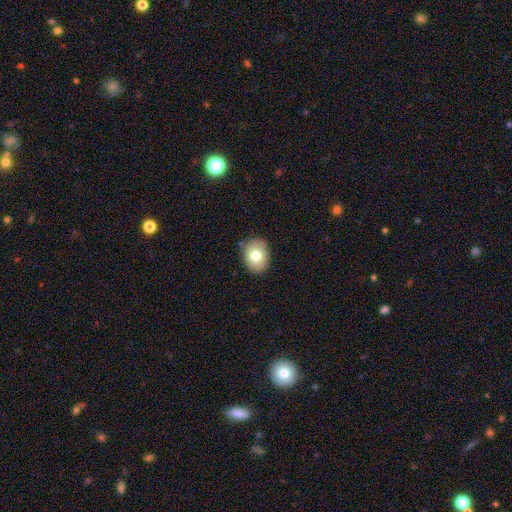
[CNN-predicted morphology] Overall: smooth (76%). How rounded: in between (52%; round 47%). Merging: none (86%).